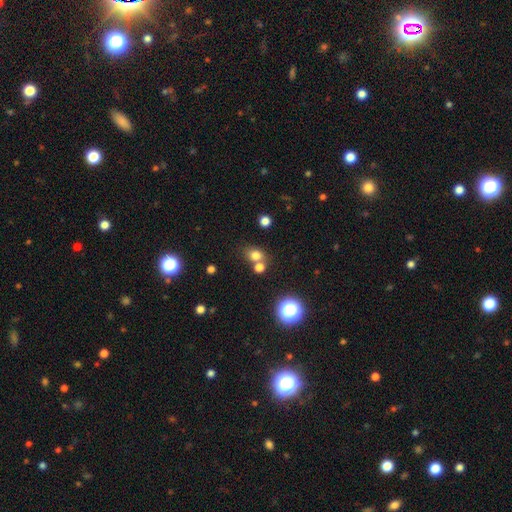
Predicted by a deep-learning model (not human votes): Smooth or featured? smooth (74%)
How rounded? round (60%)
Merging? none (58%)